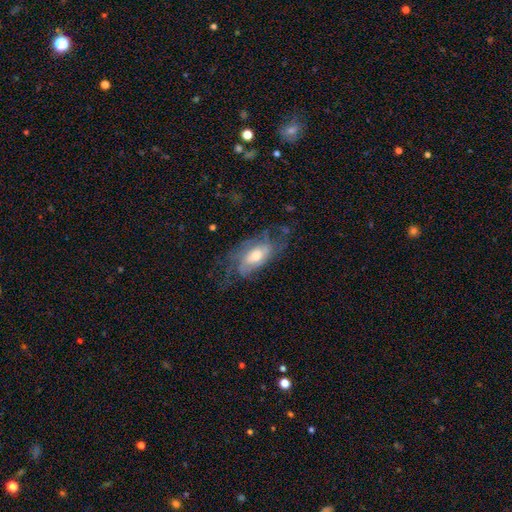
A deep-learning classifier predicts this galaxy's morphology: A featured or disk galaxy (70%) with no bar (61%), medium (41%) spiral arms (84%) and a moderate central bulge (57%). Merging: none (56%).